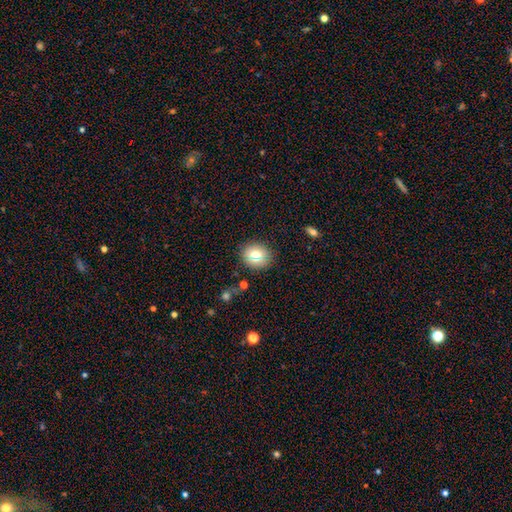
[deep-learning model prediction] Smooth or featured? Predicted: smooth (p=0.75). How rounded? Predicted: round (p=0.76). Merging? Predicted: none (p=0.86).